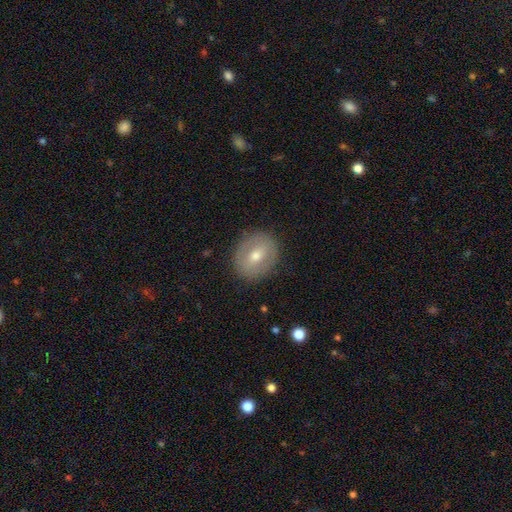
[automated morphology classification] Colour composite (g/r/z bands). It shows a smooth galaxy with no disk features (52%) that is round (59%). Merging: none (86%).